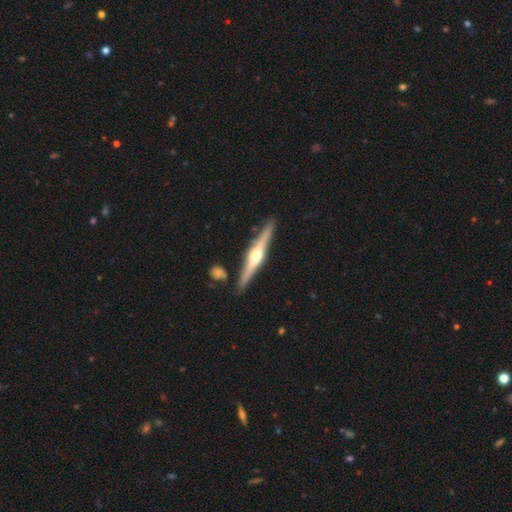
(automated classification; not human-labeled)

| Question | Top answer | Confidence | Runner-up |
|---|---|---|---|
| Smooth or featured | featured or disk | 76% | smooth (19%) |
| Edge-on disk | yes | 98% | no (2%) |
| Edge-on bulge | rounded | 92% | boxy (5%) |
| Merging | none | 88% | minor disturbance (8%) |